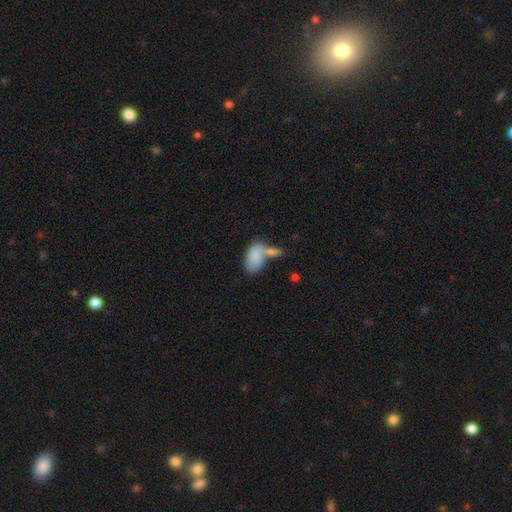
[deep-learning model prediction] Overall: smooth (81%). How rounded: in between (93%). Merging: merger (50%; none 28%).